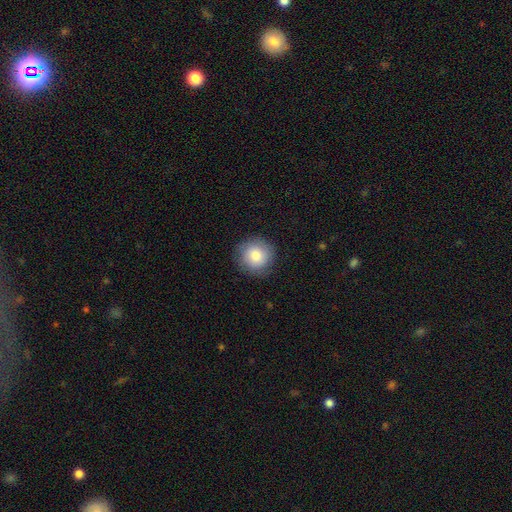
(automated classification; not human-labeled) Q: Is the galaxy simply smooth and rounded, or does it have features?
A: smooth — 80%.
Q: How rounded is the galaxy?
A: round — 93%.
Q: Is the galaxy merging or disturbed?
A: none — 86%.